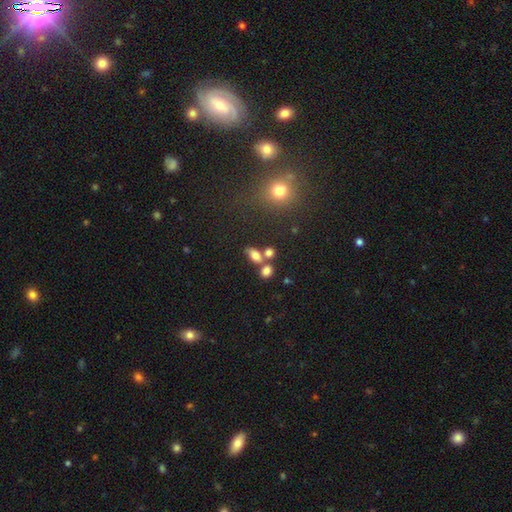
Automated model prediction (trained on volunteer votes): Smooth or featured? Predicted: smooth (p=0.74). How rounded? Predicted: in between (p=0.81). Merging? Predicted: none (p=0.48).